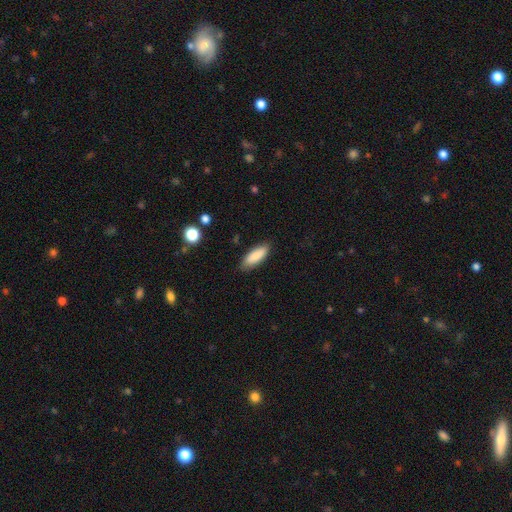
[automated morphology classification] Q: Smooth or featured?
A: smooth (87%); runner-up: featured or disk (7%)
Q: How rounded?
A: in between (66%); runner-up: cigar-shaped (32%)
Q: Merging?
A: none (85%); runner-up: minor disturbance (12%)